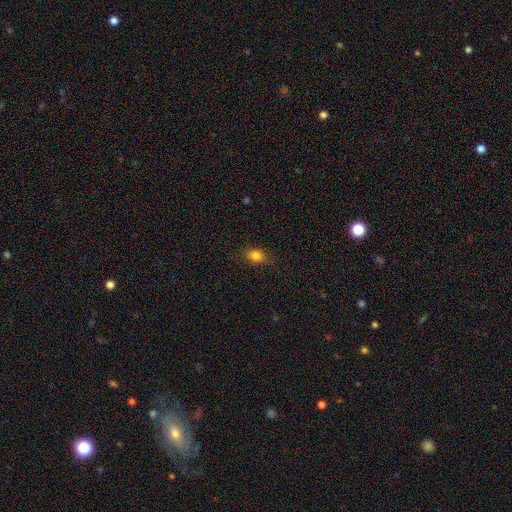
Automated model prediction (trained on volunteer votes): This appears to be a smooth galaxy with no disk features (82%) that is in between round and cigar-shaped (51%). Merging: none (80%).